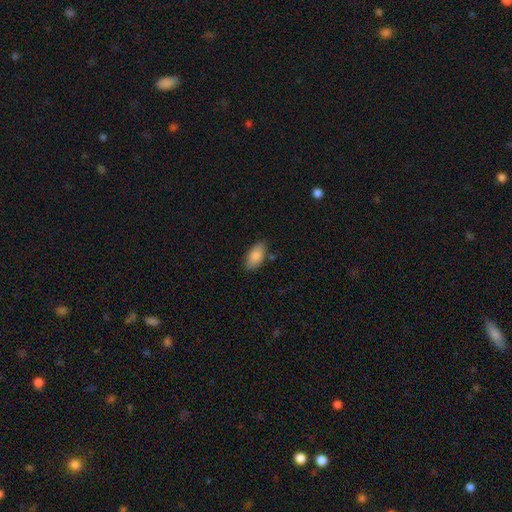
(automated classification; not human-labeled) Smooth or featured?
  - smooth: 85% *
  - featured or disk: 8%
  - star or artifact: 7%
How rounded?
  - in between: 92% *
  - cigar-shaped: 5%
  - round: 3%
Merging?
  - none: 78% *
  - minor disturbance: 15%
  - merger: 3%
  - major disturbance: 3%